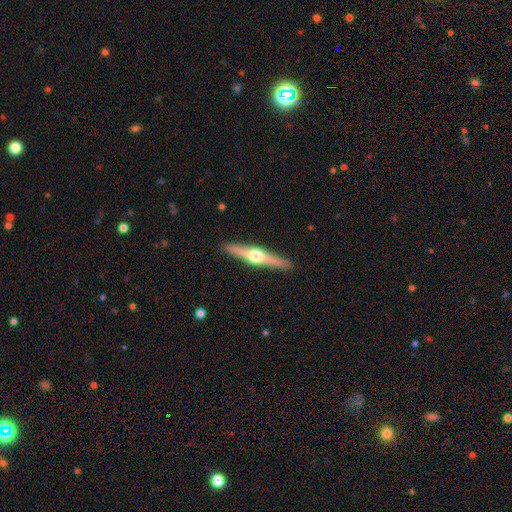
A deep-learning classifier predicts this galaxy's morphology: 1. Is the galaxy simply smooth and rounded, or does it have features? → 73% featured or disk, 22% smooth, 5% star or artifact.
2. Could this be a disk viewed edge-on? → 98% yes, 2% no.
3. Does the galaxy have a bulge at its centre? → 96% rounded, 2% boxy, 2% none.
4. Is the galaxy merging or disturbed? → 91% none, 6% minor disturbance, 1% major disturbance, 1% merger.